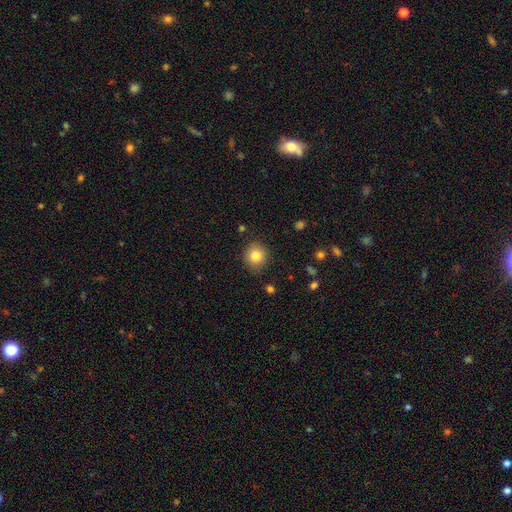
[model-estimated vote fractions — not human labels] smooth-or-featured: smooth: 82% | star or artifact: 10% | featured or disk: 8%
  how-rounded: round: 83% | in between: 16% | cigar-shaped: 1%
  merging: none: 86% | minor disturbance: 10% | major disturbance: 2% | merger: 1%